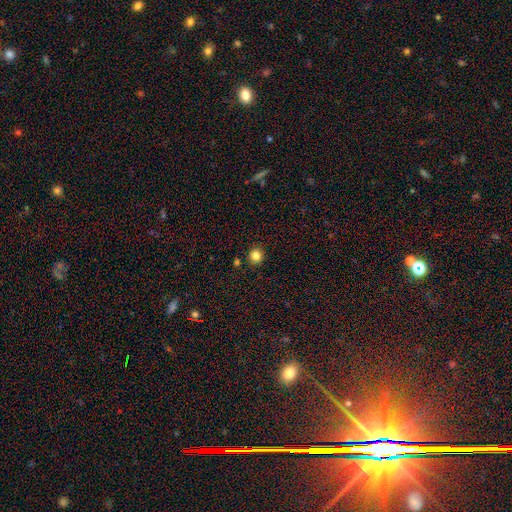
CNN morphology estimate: A smooth galaxy with no disk features (83%) that is round (93%). Merging: none (90%).